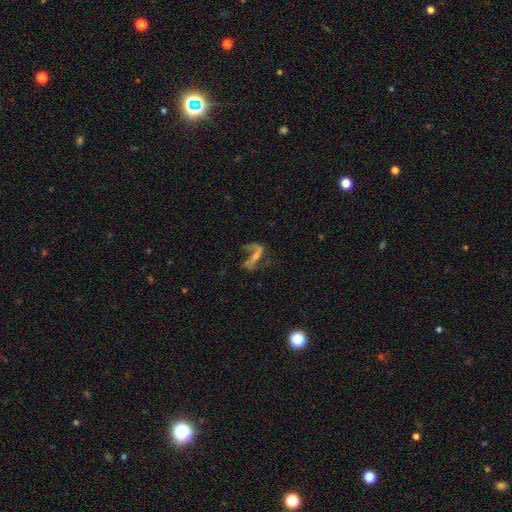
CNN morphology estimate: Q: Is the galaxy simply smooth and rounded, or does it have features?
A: featured or disk — 73%.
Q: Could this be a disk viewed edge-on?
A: no — 91%.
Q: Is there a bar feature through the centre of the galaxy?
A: strong — 36%.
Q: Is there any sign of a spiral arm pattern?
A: yes — 80%.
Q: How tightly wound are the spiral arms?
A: loose — 73%.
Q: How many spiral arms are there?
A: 2 — 67%.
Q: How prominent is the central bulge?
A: small — 50%.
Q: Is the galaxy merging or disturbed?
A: none — 46%.